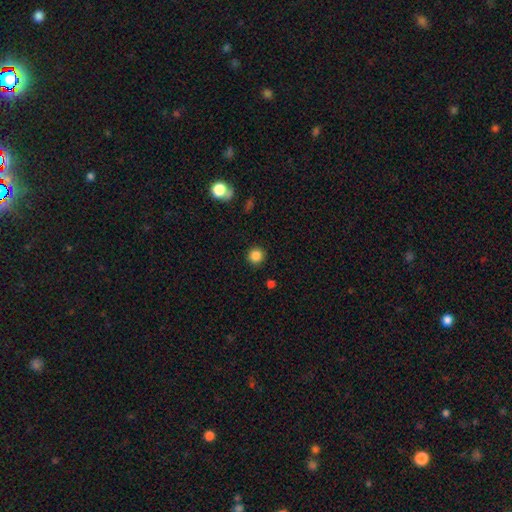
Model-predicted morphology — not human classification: A smooth galaxy with no disk features (85%) that is round (95%).

Vote fractions:
- Smooth or featured? smooth: 85% / star or artifact: 11% / featured or disk: 3%
- How rounded? round: 95% / in between: 5% / cigar-shaped: 1%
- Merging? none: 91% / minor disturbance: 6% / major disturbance: 2% / merger: 1%